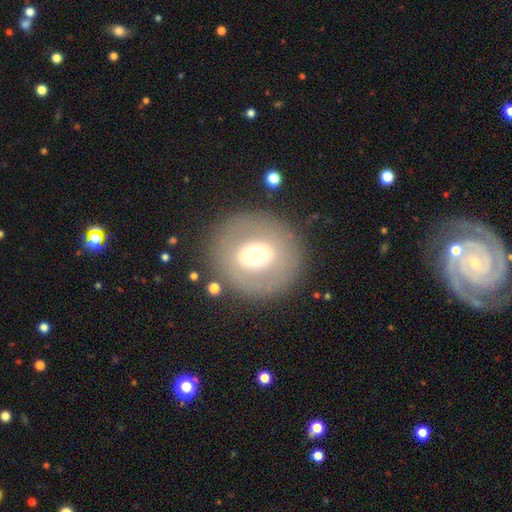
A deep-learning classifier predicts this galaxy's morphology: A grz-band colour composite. It shows a smooth galaxy with no disk features (54%) that is round (89%). Merging: none (83%).